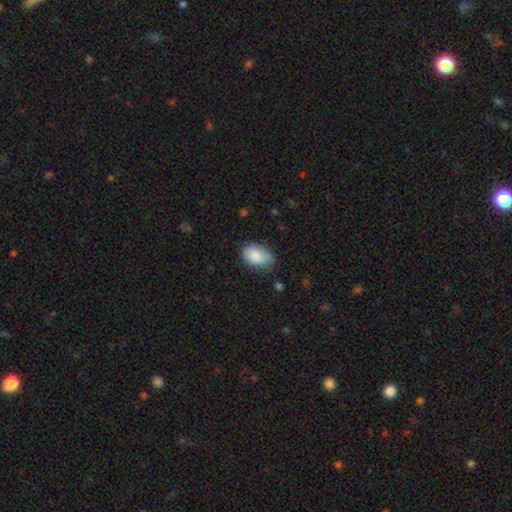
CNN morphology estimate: smooth-or-featured: smooth: 86% | featured or disk: 7% | star or artifact: 7%
  how-rounded: in between: 90% | round: 9% | cigar-shaped: 1%
  merging: none: 64% | minor disturbance: 29% | major disturbance: 6% | merger: 2%